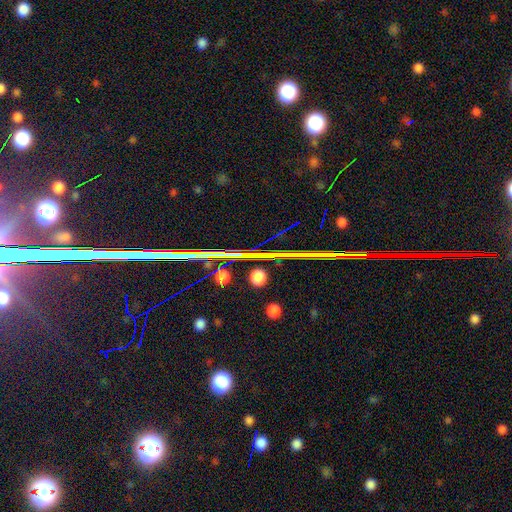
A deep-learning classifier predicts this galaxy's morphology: This is likely a star or artifact rather than a galaxy (77%).